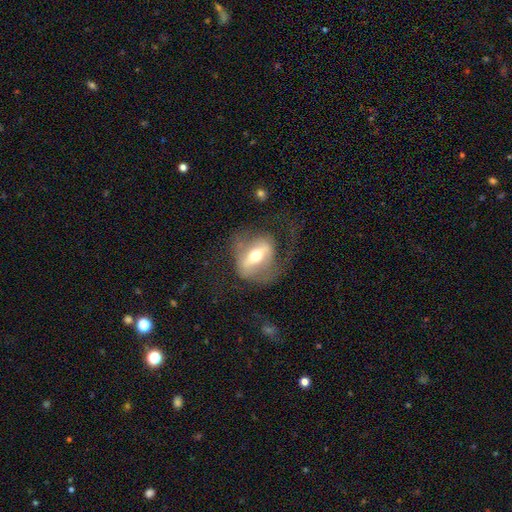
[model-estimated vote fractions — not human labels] Smooth or featured?
  - featured or disk: 69% *
  - smooth: 25%
  - star or artifact: 6%
Edge-on disk?
  - no: 85% *
  - yes: 15%
Bar?
  - strong: 60% *
  - weak: 25%
  - no: 15%
Spiral arms?
  - yes: 57% *
  - no: 43%
Bulge size?
  - moderate: 69% *
  - small: 18%
  - large: 11%
  - dominant: 2%
  - none: 1%
Merging?
  - none: 47% *
  - major disturbance: 34%
  - minor disturbance: 17%
  - merger: 2%